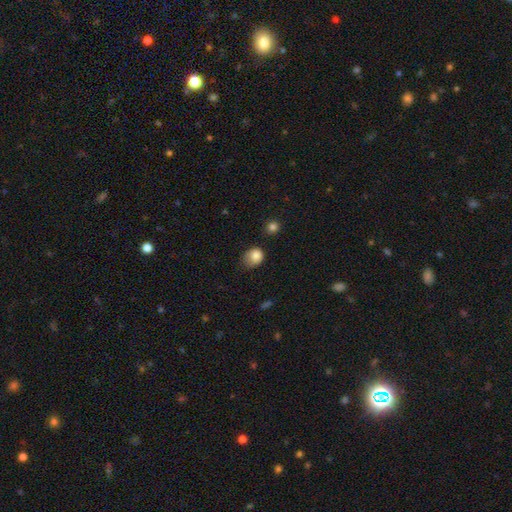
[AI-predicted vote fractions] Q: Smooth or featured?
A: smooth (82%); runner-up: star or artifact (9%)
Q: How rounded?
A: round (55%); runner-up: in between (44%)
Q: Merging?
A: minor disturbance (44%); runner-up: none (37%)